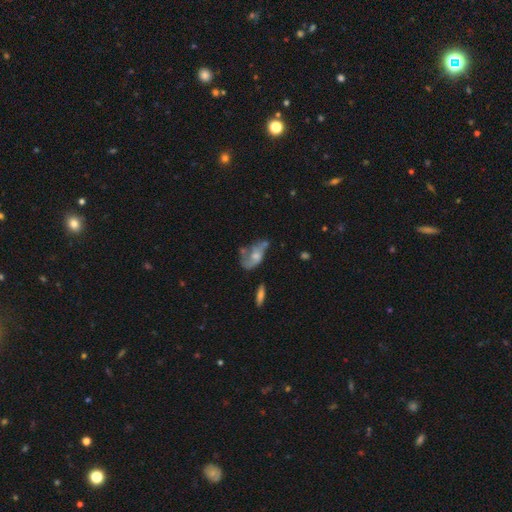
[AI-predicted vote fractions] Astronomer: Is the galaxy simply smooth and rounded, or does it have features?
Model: featured or disk — 53% (runner-up: smooth, 39%).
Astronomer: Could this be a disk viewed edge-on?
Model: no — 93%.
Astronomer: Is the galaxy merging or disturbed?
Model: none — 30% (runner-up: major disturbance, 29%).